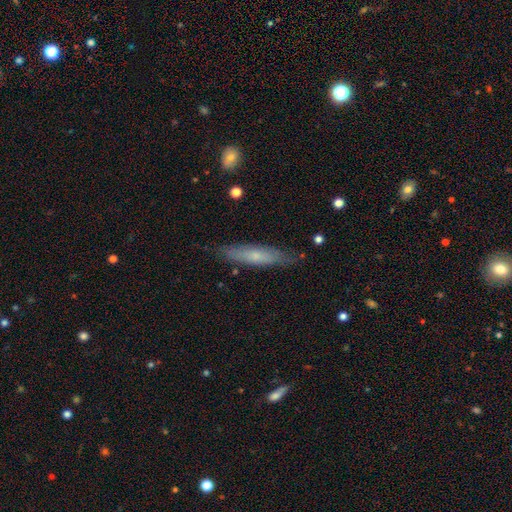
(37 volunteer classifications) This appears to be a smooth galaxy with no disk features (68%) that is cigar-shaped (76%). Merging: none (78%).